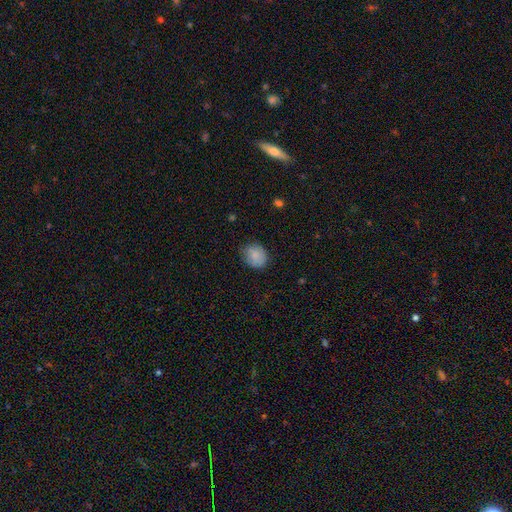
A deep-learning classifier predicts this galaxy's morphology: This is clearly a smooth galaxy (85%). How rounded: possibly round (59%). Merging: likely none (76%).